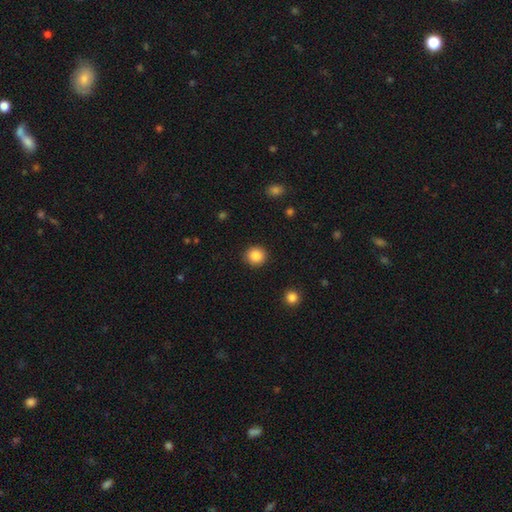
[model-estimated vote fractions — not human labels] This is clearly a smooth galaxy (87%). How rounded: clearly round (92%). Merging: clearly none (91%).